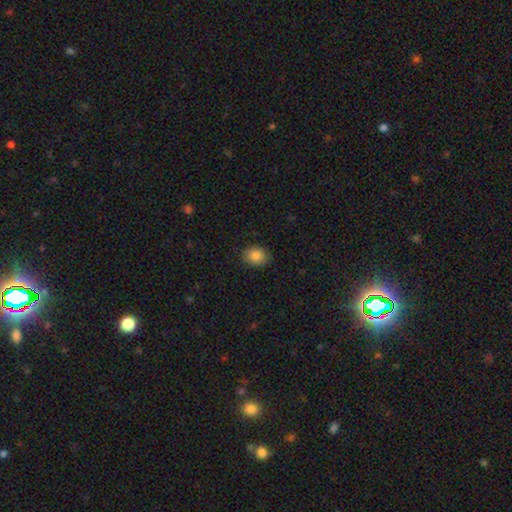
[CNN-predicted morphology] The model was most divided on "how rounded": in between: 59%, round: 40%, cigar-shaped: 1%. More confident: merging — none (88%); smooth or featured — smooth (85%).